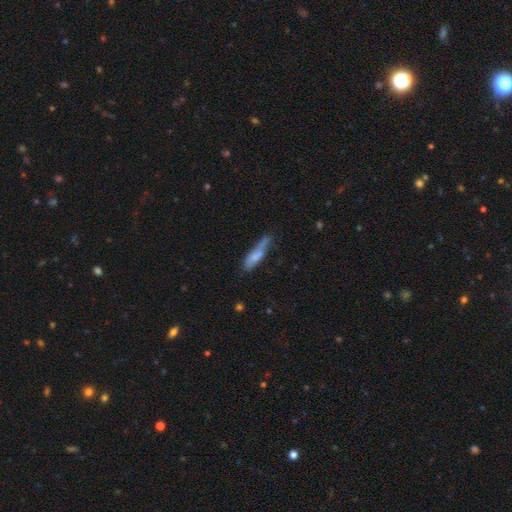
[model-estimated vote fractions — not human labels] Smooth or featured? smooth (71%)
How rounded? cigar-shaped (73%)
Merging? none (49%)